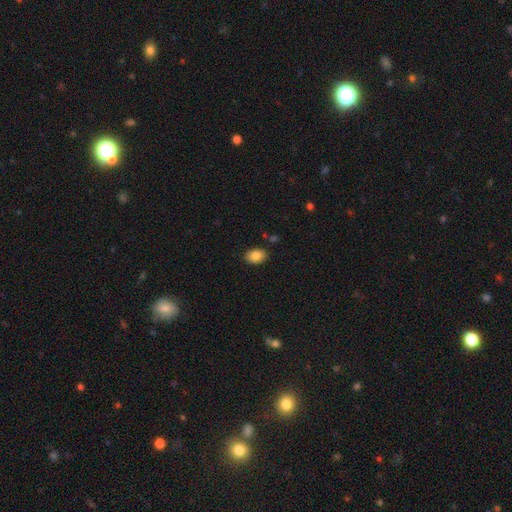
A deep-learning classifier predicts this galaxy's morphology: Smooth or featured: smooth — 85% (star or artifact — 8%)
How rounded: in between — 81% (round — 18%)
Merging: none — 87% (minor disturbance — 9%)